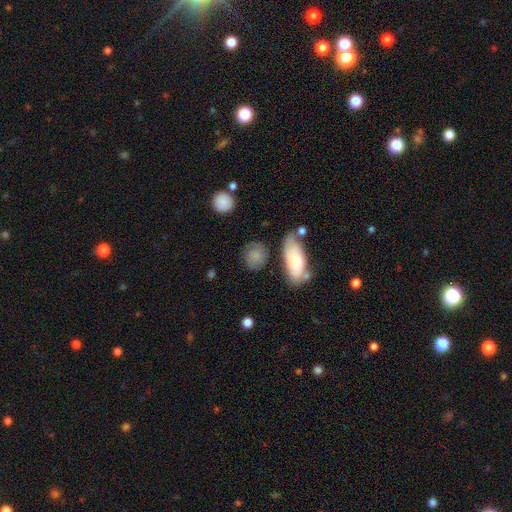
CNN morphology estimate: smooth-or-featured: smooth: 70% | featured or disk: 22% | star or artifact: 8%
  how-rounded: round: 62% | in between: 36% | cigar-shaped: 3%
  merging: none: 66% | minor disturbance: 20% | major disturbance: 7% | merger: 7%